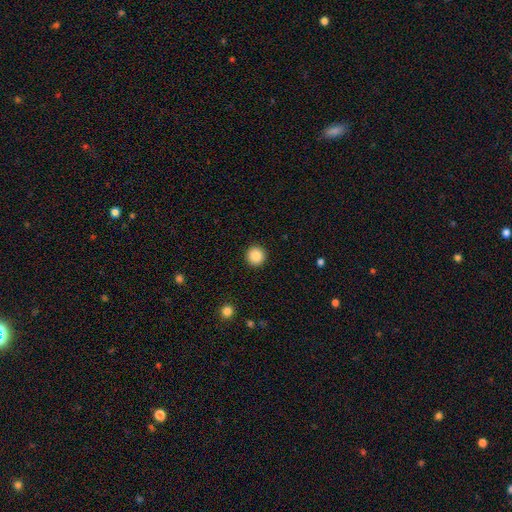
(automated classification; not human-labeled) Overall: smooth (87%). How rounded: round (95%). Merging: none (92%).